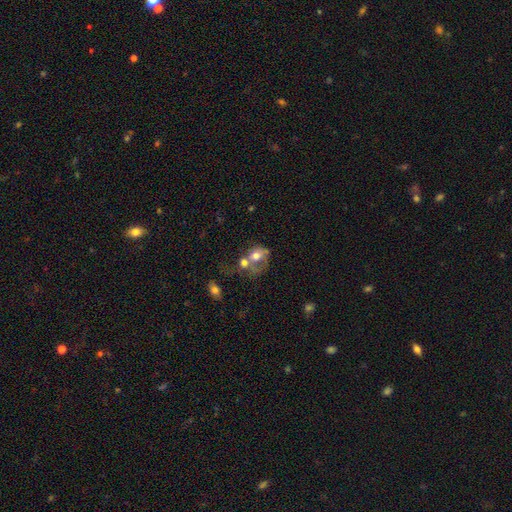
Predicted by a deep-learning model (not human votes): smooth_or_featured: smooth (p=0.56) [alt: featured or disk p=0.35]
how_rounded: in between (p=0.54) [alt: round p=0.44]
merging: merger (p=0.60) [alt: major disturbance p=0.16]